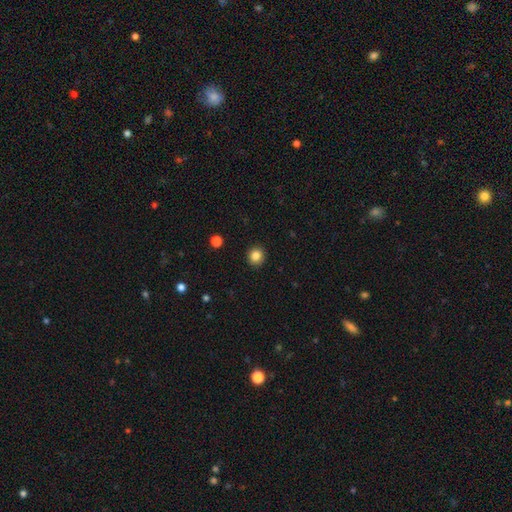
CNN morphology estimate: Smooth or featured? smooth (84%)
How rounded? round (92%)
Merging? none (93%)